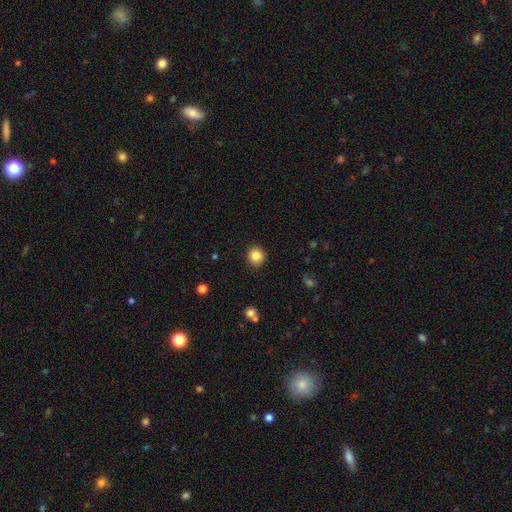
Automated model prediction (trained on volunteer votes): This is clearly a smooth galaxy (84%). How rounded: clearly round (91%). Merging: clearly none (91%).